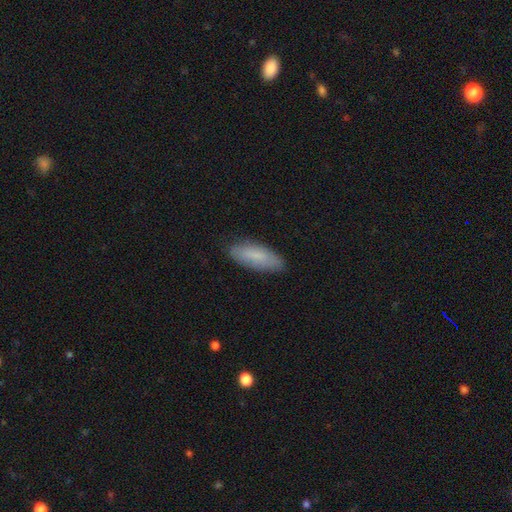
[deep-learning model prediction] Smooth or featured: smooth — 79% (featured or disk — 15%)
How rounded: in between — 68% (cigar-shaped — 31%)
Merging: none — 82% (minor disturbance — 14%)